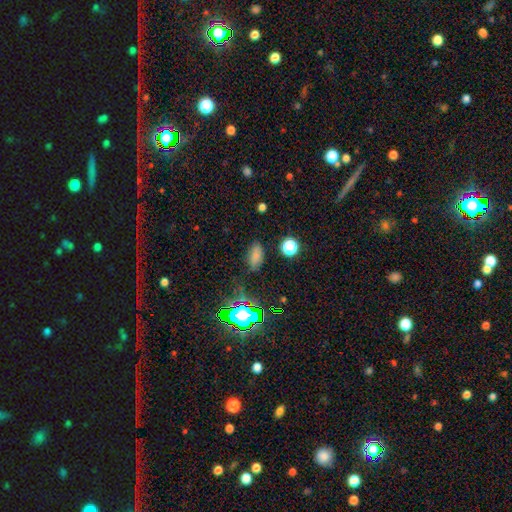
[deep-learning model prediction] Morphology: type=smooth (73%); roundness=in between (88%); merging=none (77%).